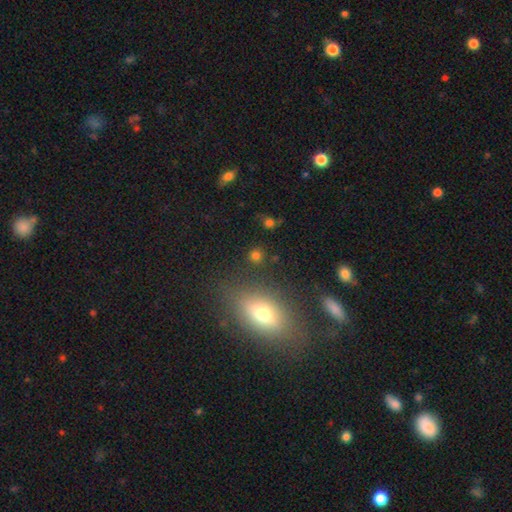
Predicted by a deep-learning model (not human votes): smooth-or-featured: smooth: 72% | star or artifact: 21% | featured or disk: 7%
  how-rounded: round: 83% | in between: 15% | cigar-shaped: 2%
  merging: none: 83% | minor disturbance: 8% | merger: 5% | major disturbance: 4%